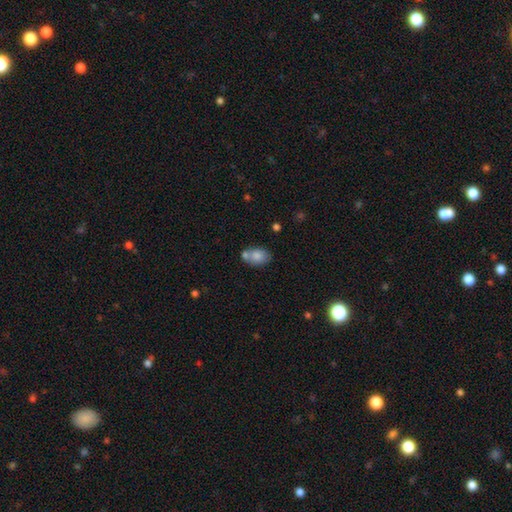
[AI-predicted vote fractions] smooth 79%, featured or disk 13%, star or artifact 8%. Down the decision tree: how rounded — in between (81%); merging — none (50%).